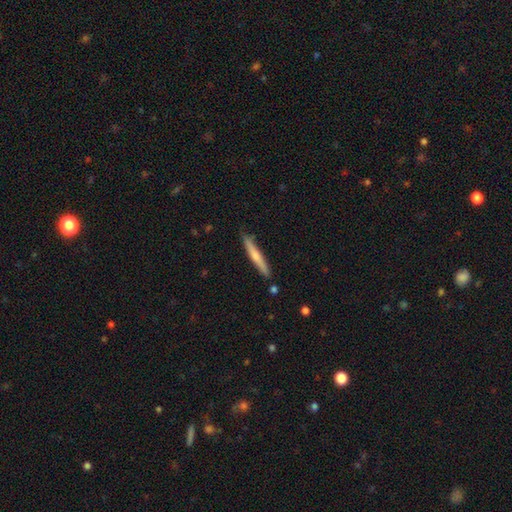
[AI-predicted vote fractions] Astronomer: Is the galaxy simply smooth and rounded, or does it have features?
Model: smooth — 58% (runner-up: featured or disk, 37%).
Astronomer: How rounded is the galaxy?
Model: cigar-shaped — 95%.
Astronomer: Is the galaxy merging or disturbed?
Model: none — 86%.